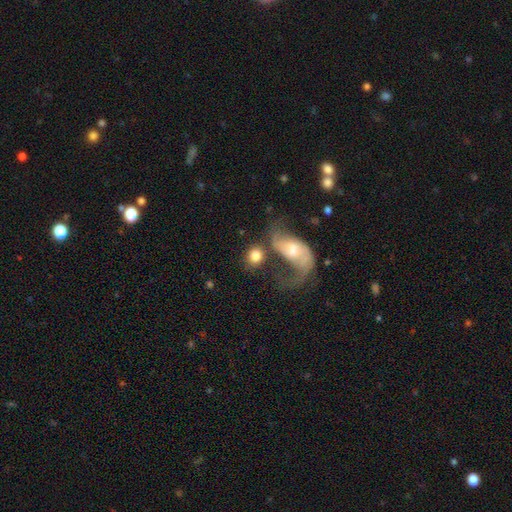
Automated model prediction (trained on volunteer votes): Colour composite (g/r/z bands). It shows a smooth galaxy with no disk features (69%) that is round (62%). Merging: none (45%).